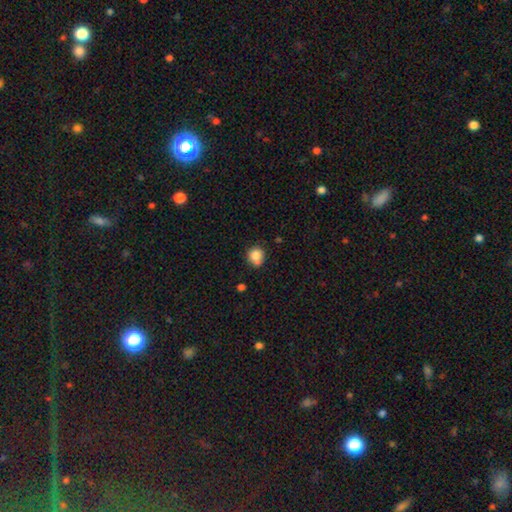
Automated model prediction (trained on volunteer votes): Smooth or featured? smooth (82%)
How rounded? round (85%)
Merging? none (64%)